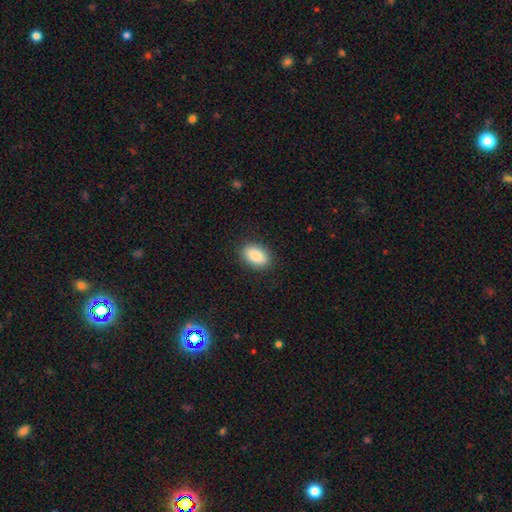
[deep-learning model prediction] This appears to be a smooth galaxy with no disk features (88%) that is in between round and cigar-shaped (89%). Merging: none (89%).